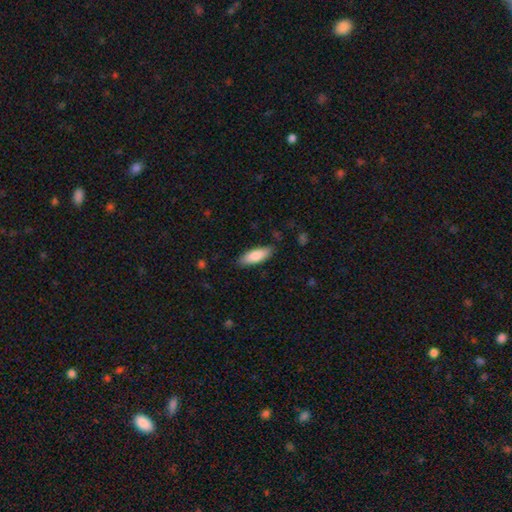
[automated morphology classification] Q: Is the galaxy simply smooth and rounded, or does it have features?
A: smooth — 83%.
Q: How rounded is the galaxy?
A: in between — 65%.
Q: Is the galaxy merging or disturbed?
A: none — 85%.